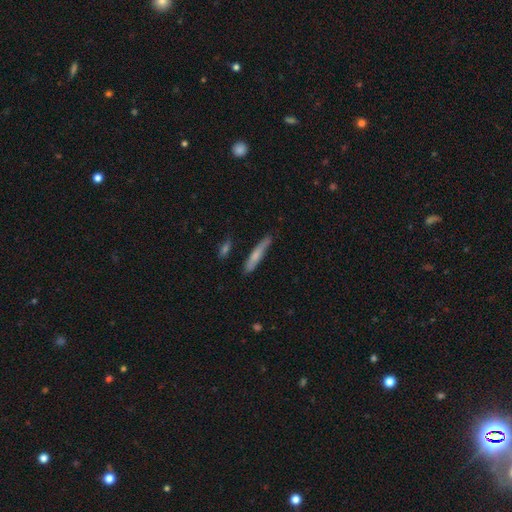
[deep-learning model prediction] Smooth or featured? Predicted: smooth (p=0.64). How rounded? Predicted: cigar-shaped (p=0.91). Merging? Predicted: none (p=0.77).